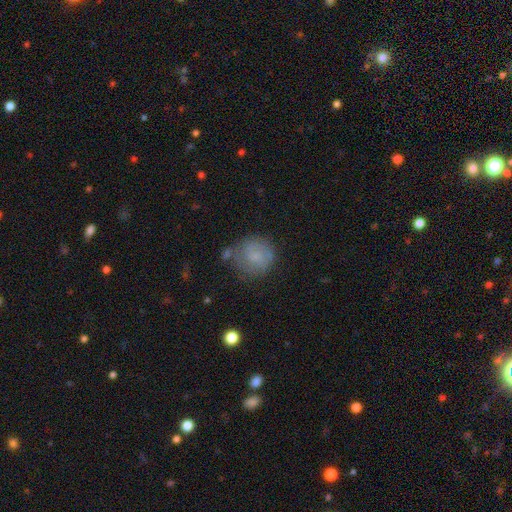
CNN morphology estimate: Smooth or featured: smooth — 54% (featured or disk — 36%)
How rounded: round — 87% (in between — 12%)
Merging: none — 64% (minor disturbance — 20%)